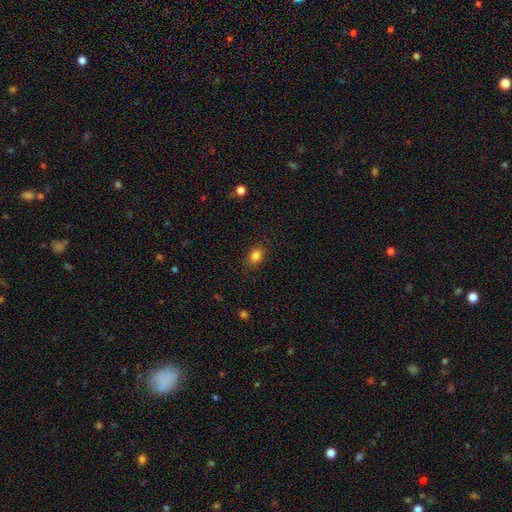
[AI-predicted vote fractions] A smooth galaxy with no disk features (84%) that is in between round and cigar-shaped (63%).

Vote fractions:
- Smooth or featured? smooth: 84% / star or artifact: 11% / featured or disk: 5%
- How rounded? in between: 63% / round: 36% / cigar-shaped: 1%
- Merging? none: 86% / minor disturbance: 10% / major disturbance: 3% / merger: 1%